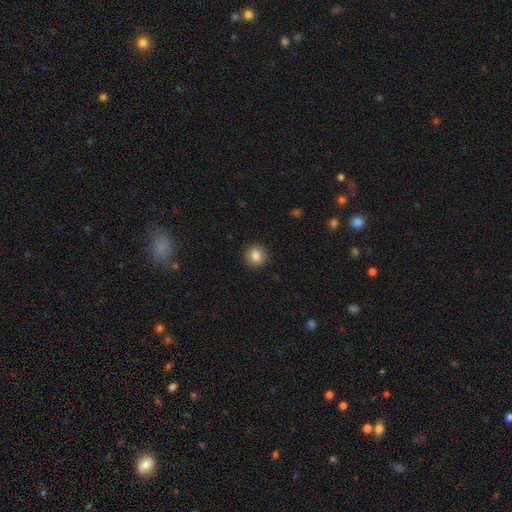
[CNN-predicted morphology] Smooth or featured? smooth (85%)
How rounded? round (93%)
Merging? none (92%)